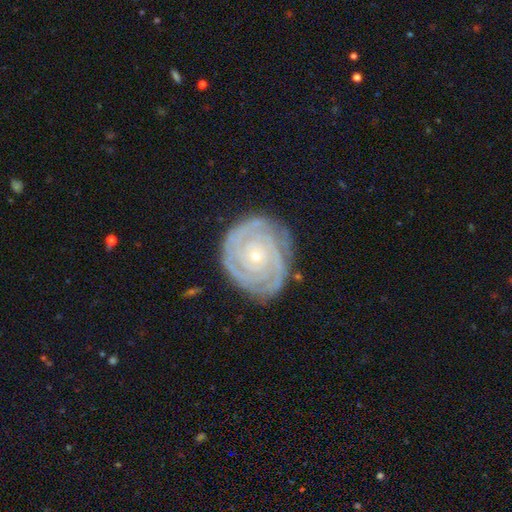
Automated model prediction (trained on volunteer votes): The model was most divided on "spiral arm count": 2: 29%, 3: 25%, can't tell: 21%, 4: 12%, more than 4: 7%, 1: 6%. More confident: edge-on disk — no (98%); spiral arms — yes (97%); smooth or featured — featured or disk (87%); spiral winding — tight (86%); bulge size — small (84%); bar — no (83%); merging — none (80%).